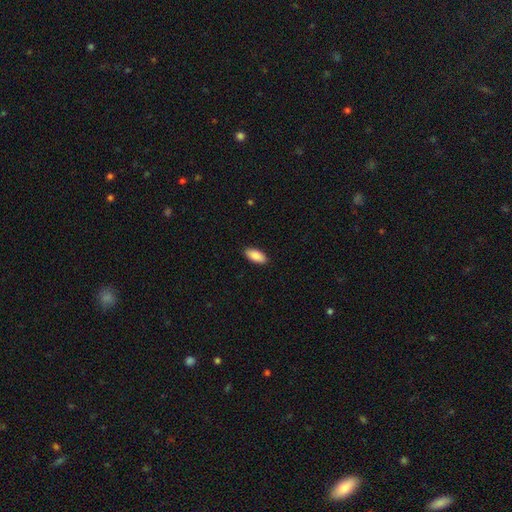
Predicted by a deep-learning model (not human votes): Overall: smooth (89%). How rounded: in between (89%). Merging: none (90%).